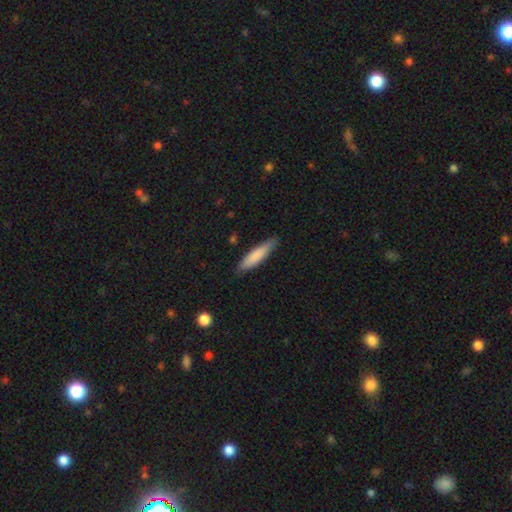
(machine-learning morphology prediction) smooth-or-featured: smooth: 80% | featured or disk: 15% | star or artifact: 5%
  how-rounded: cigar-shaped: 80% | in between: 19% | round: 1%
  merging: none: 85% | minor disturbance: 12% | major disturbance: 2% | merger: 1%